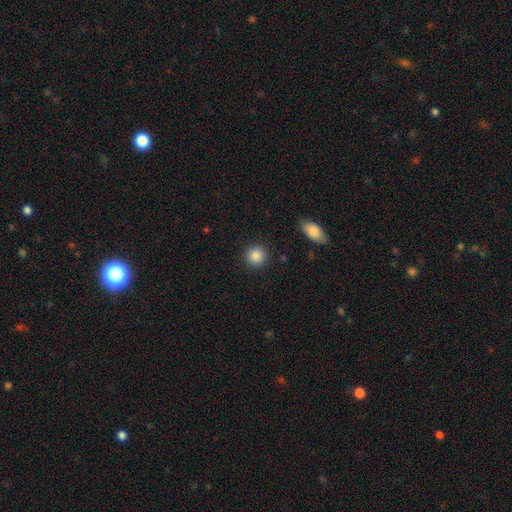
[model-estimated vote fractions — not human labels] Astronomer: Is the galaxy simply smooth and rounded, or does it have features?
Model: smooth — 87%.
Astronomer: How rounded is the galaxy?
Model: round — 92%.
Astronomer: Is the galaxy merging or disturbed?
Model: none — 89%.